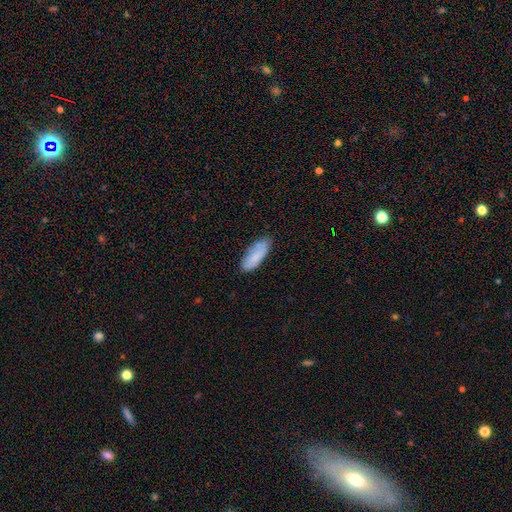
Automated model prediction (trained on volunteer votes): Morphology: type=smooth (80%); roundness=in between (71%); merging=none (70%).